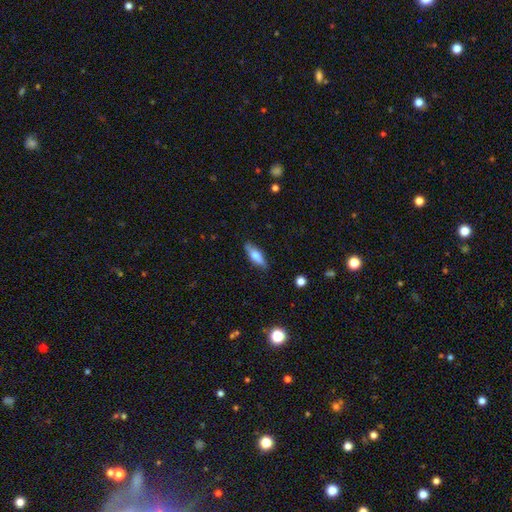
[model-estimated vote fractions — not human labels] Smooth or featured? Predicted: smooth (p=0.63). How rounded? Predicted: in between (p=0.53). Merging? Predicted: none (p=0.86).